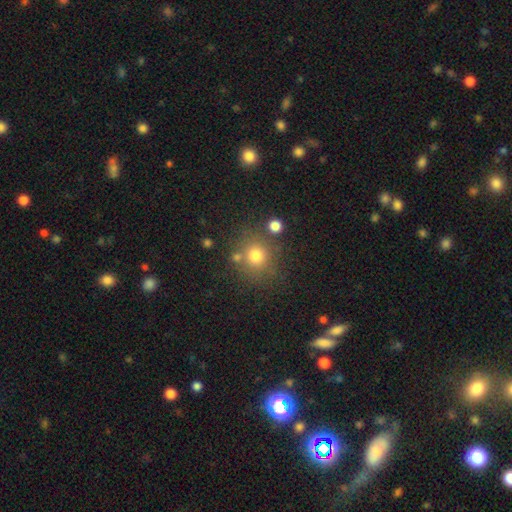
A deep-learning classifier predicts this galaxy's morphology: smooth_or_featured: smooth (p=0.75) [alt: star or artifact p=0.15]
how_rounded: round (p=0.88) [alt: in between p=0.12]
merging: none (p=0.75) [alt: minor disturbance p=0.11]